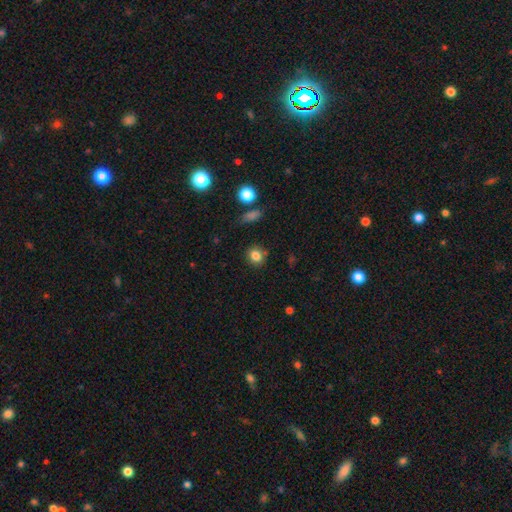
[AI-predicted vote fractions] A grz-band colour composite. It shows a smooth galaxy with no disk features (84%) that is round (77%). Merging: none (85%).